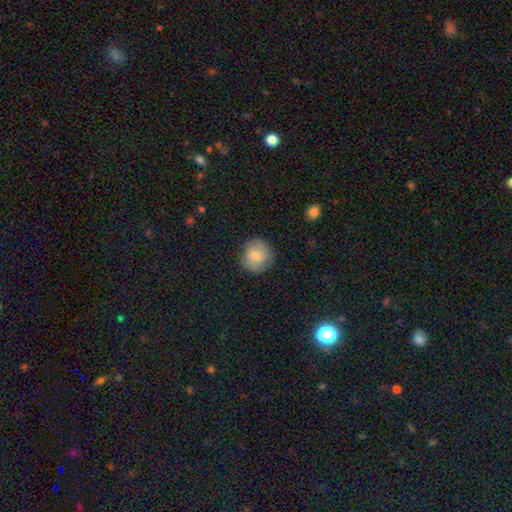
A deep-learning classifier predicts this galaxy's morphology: Smooth or featured: smooth — 74% (featured or disk — 19%)
How rounded: round — 89% (in between — 10%)
Merging: none — 81% (minor disturbance — 14%)